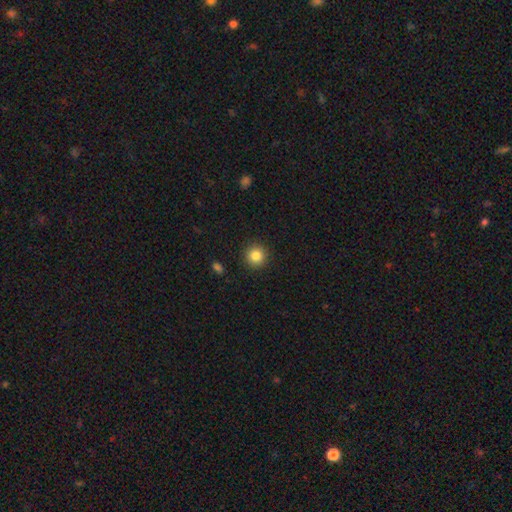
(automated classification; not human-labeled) smooth-or-featured: smooth: 85% | star or artifact: 10% | featured or disk: 5%
  how-rounded: round: 94% | in between: 5% | cigar-shaped: 1%
  merging: none: 91% | minor disturbance: 6% | major disturbance: 2% | merger: 1%